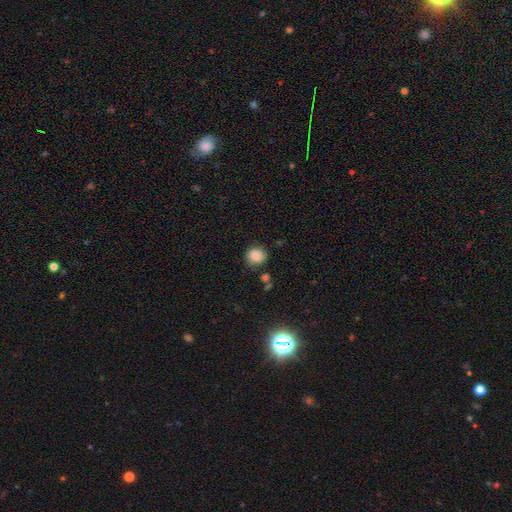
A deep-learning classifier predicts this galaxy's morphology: Q: Smooth or featured?
A: smooth (81%); runner-up: star or artifact (10%)
Q: How rounded?
A: round (79%); runner-up: in between (20%)
Q: Merging?
A: none (71%); runner-up: minor disturbance (19%)